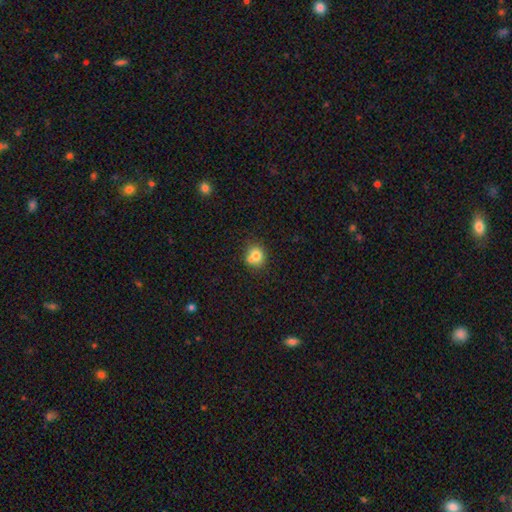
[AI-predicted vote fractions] Overall: smooth (76%). How rounded: round (81%). Merging: none (55%; merger 28%).